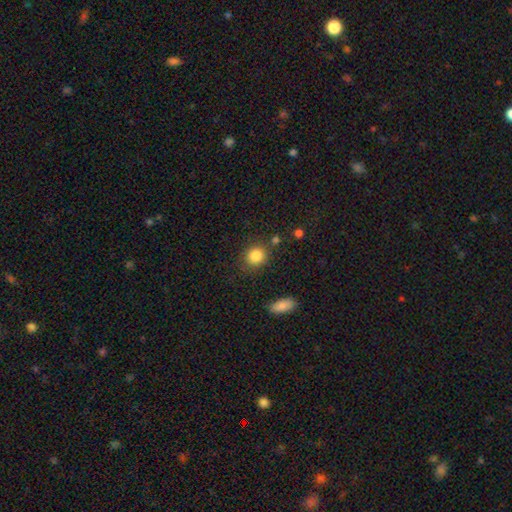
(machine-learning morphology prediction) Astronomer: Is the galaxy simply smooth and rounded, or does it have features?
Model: smooth — 86%.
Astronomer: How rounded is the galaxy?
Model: round — 78%.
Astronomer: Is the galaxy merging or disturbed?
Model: none — 80%.